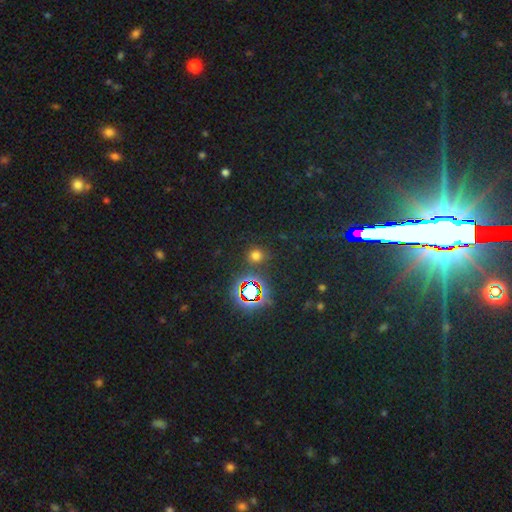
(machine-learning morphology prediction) Overall: smooth (61%; star or artifact 33%). How rounded: round (89%). Merging: none (86%).